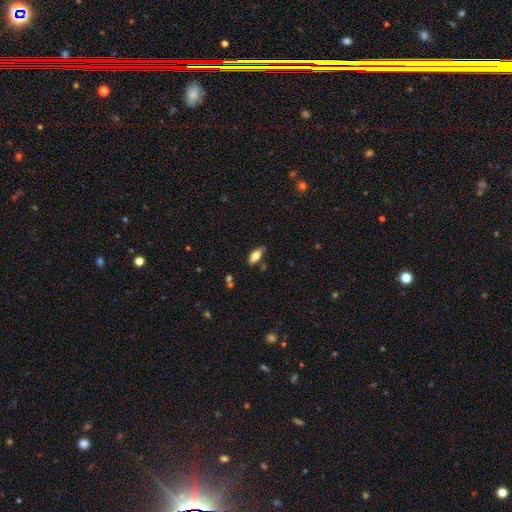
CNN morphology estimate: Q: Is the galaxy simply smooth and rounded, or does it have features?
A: smooth — 72%.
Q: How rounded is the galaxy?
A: in between — 85%.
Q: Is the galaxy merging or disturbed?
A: none — 77%.